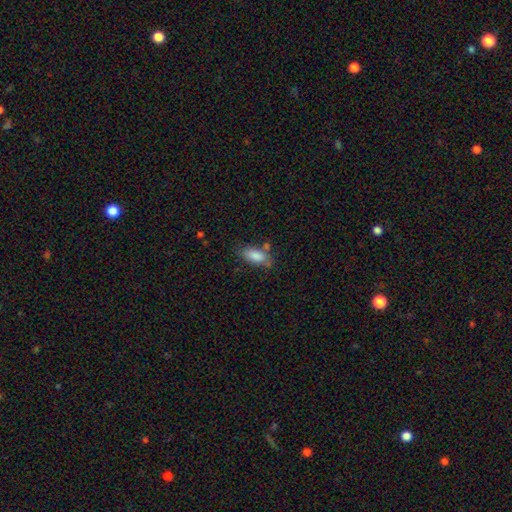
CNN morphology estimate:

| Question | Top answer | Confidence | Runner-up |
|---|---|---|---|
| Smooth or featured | smooth | 84% | featured or disk (9%) |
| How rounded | in between | 86% | cigar-shaped (11%) |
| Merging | none | 66% | minor disturbance (20%) |